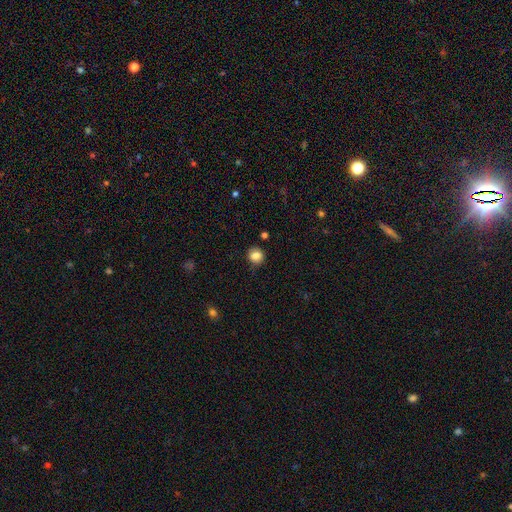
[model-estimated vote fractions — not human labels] Q: Smooth or featured?
A: smooth (84%); runner-up: star or artifact (10%)
Q: How rounded?
A: round (83%); runner-up: in between (16%)
Q: Merging?
A: none (85%); runner-up: minor disturbance (11%)